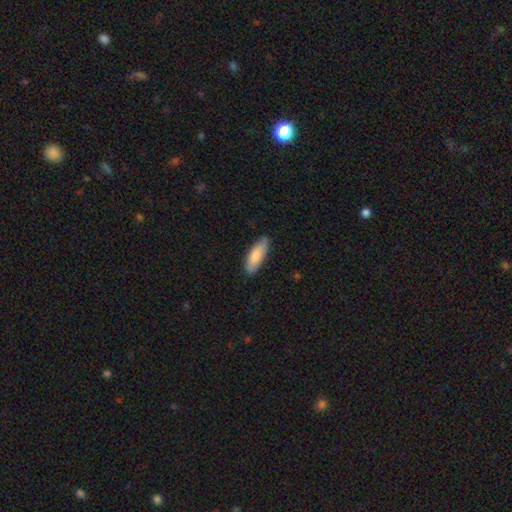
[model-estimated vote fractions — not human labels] A smooth galaxy with no disk features (84%) that is in between round and cigar-shaped (60%).

Vote fractions:
- Smooth or featured? smooth: 84% / featured or disk: 11% / star or artifact: 5%
- How rounded? in between: 60% / cigar-shaped: 38% / round: 2%
- Merging? none: 86% / minor disturbance: 12% / major disturbance: 2% / merger: 1%